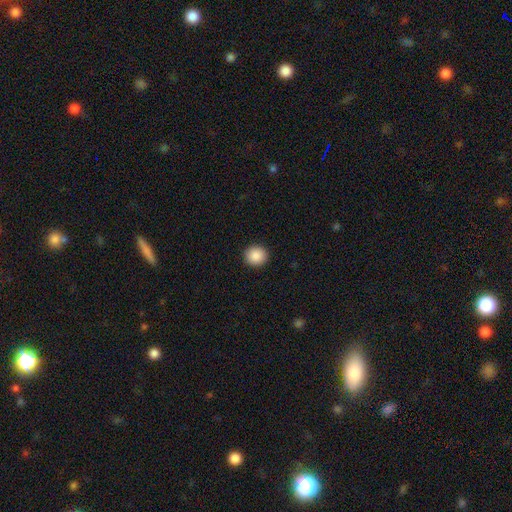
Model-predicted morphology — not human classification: Smooth or featured: smooth — 89% (star or artifact — 8%)
How rounded: round — 88% (in between — 11%)
Merging: none — 92% (minor disturbance — 5%)